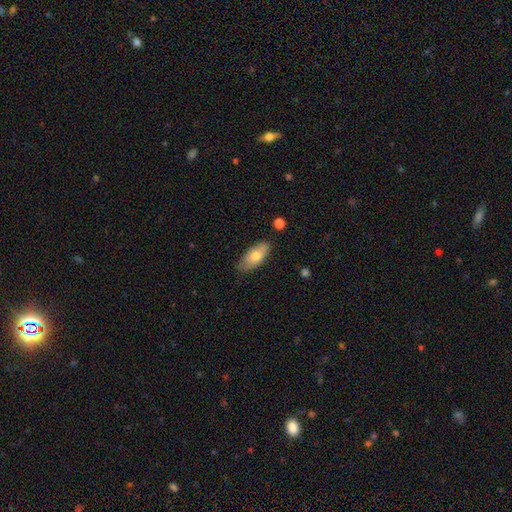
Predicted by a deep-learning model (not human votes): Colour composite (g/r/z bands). It shows a smooth galaxy with no disk features (71%) that is in between round and cigar-shaped (89%). Merging: none (76%).